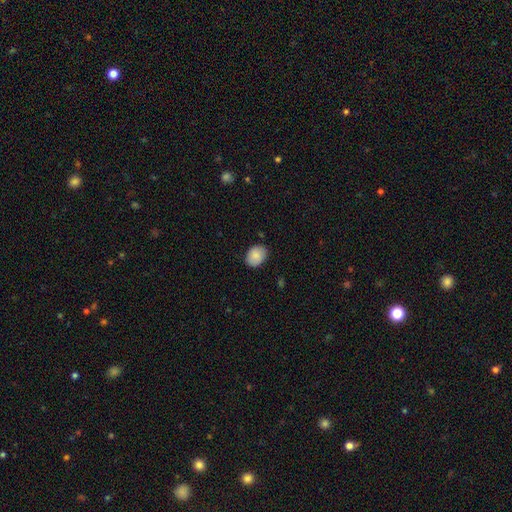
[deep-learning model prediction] Smooth or featured? Predicted: smooth (p=0.85). How rounded? Predicted: in between (p=0.62). Merging? Predicted: none (p=0.82).